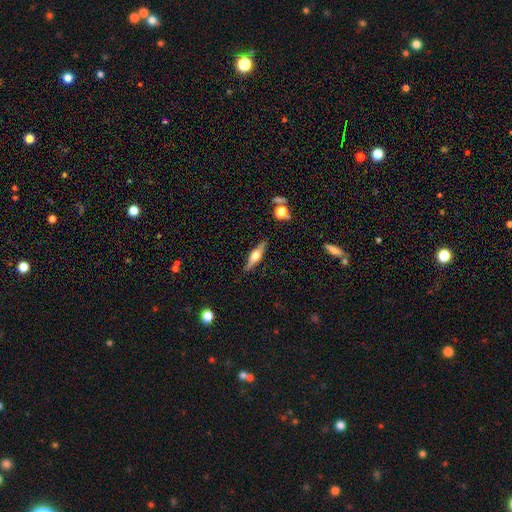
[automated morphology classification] The model was most divided on "smooth or featured": featured or disk: 66%, smooth: 27%, star or artifact: 7%. More confident: edge-on disk — yes (97%); edge-on bulge — rounded (94%); merging — none (88%).